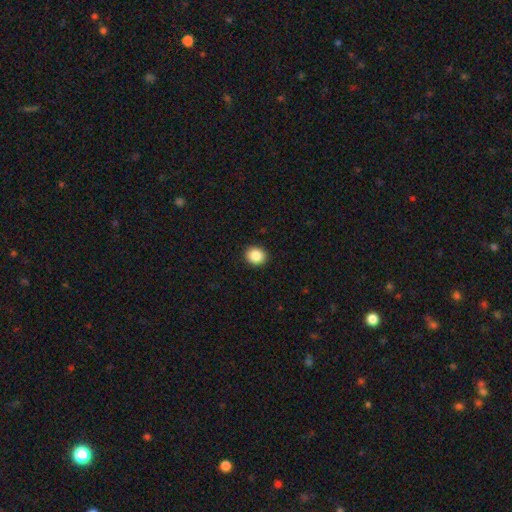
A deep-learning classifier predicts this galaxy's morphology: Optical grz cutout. It shows a smooth galaxy with no disk features (87%) that is round (76%). Merging: none (92%).